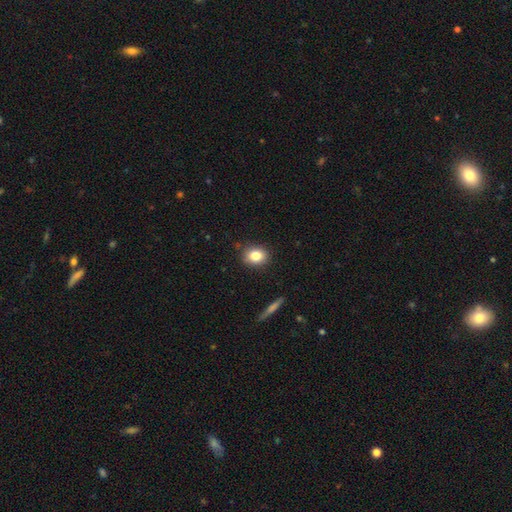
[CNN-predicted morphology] Smooth or featured? Predicted: smooth (p=0.81). How rounded? Predicted: in between (p=0.50). Merging? Predicted: none (p=0.86).